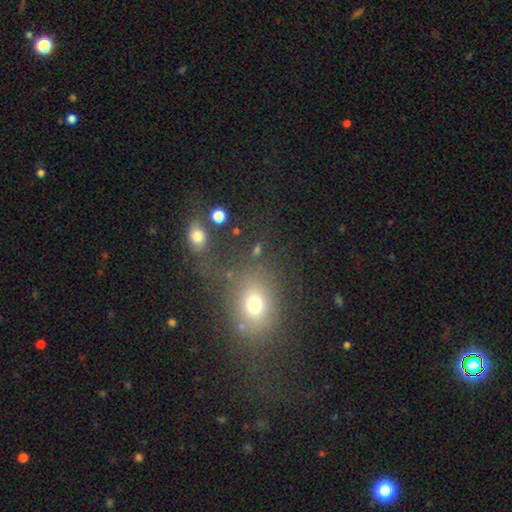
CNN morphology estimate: The model was most divided on "how rounded": in between: 54%, round: 44%, cigar-shaped: 2%. Remaining: smooth or featured — smooth (59%); merging — none (48%).